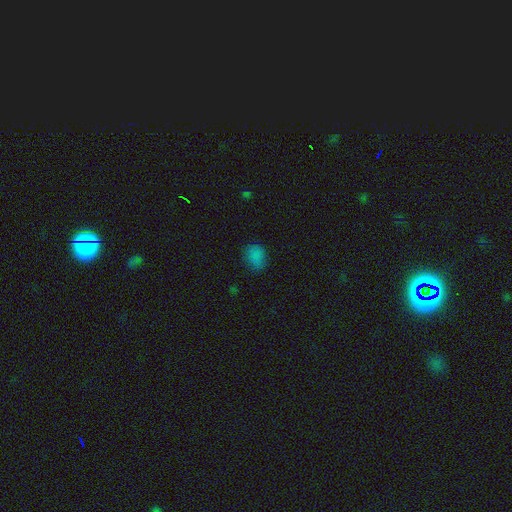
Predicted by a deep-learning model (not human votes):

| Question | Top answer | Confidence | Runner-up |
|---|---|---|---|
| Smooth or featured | smooth | 79% | star or artifact (16%) |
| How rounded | in between | 55% | round (43%) |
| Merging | none | 73% | minor disturbance (20%) |